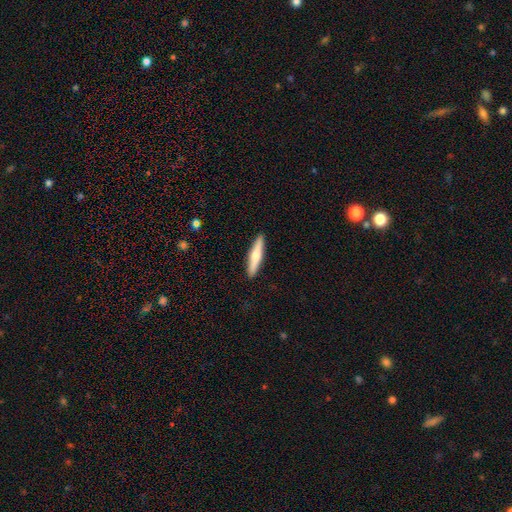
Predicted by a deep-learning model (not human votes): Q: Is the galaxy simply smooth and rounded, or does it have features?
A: smooth — 61%.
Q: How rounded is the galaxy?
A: cigar-shaped — 88%.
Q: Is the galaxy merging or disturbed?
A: none — 91%.